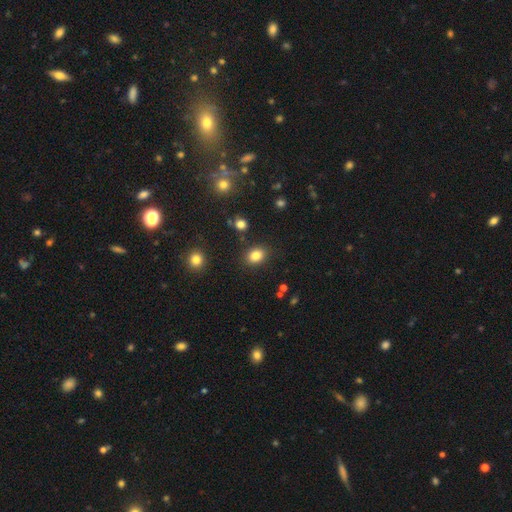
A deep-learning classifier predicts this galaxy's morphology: Smooth or featured?
  - smooth: 84% *
  - star or artifact: 11%
  - featured or disk: 6%
How rounded?
  - in between: 65% *
  - round: 34%
  - cigar-shaped: 1%
Merging?
  - none: 85% *
  - minor disturbance: 9%
  - major disturbance: 3%
  - merger: 3%